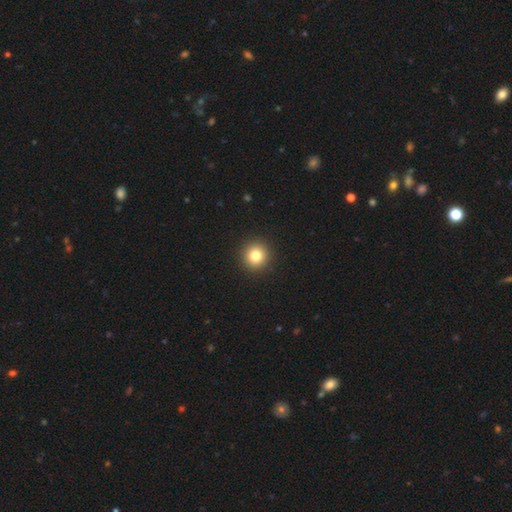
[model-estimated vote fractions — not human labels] Smooth or featured? Predicted: smooth (p=0.81). How rounded? Predicted: round (p=0.95). Merging? Predicted: none (p=0.93).